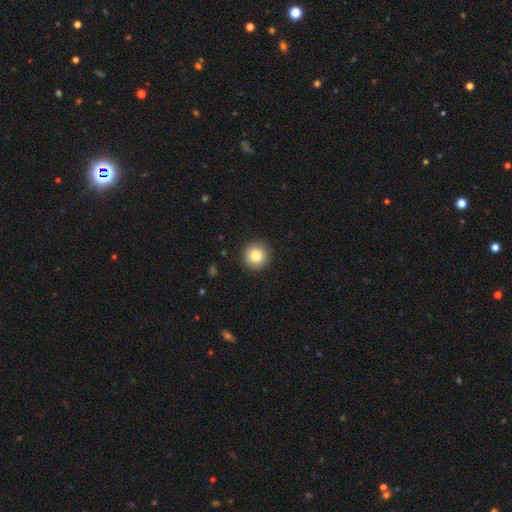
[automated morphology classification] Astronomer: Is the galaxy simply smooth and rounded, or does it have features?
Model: smooth — 82%.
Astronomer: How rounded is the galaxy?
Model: round — 94%.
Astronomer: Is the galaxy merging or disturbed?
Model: none — 90%.